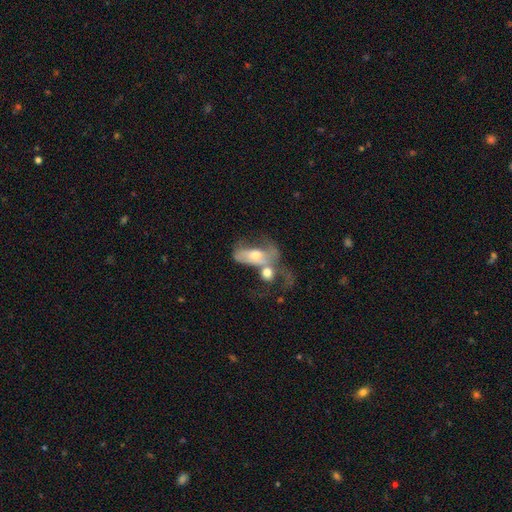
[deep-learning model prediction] This is possibly a featured or disk galaxy (46%). Merging: possibly merger (59%).